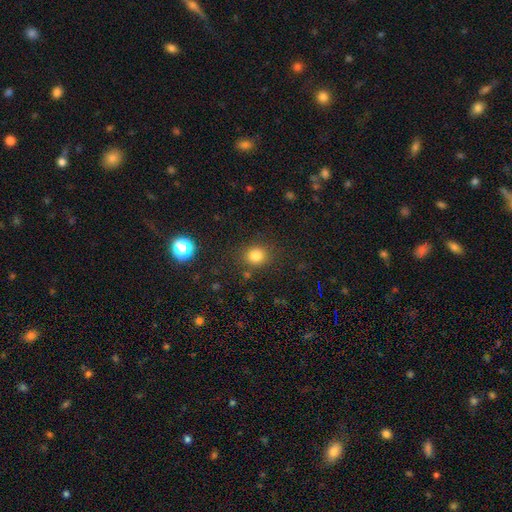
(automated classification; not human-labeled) Smooth or featured? smooth (81%)
How rounded? round (79%)
Merging? none (84%)